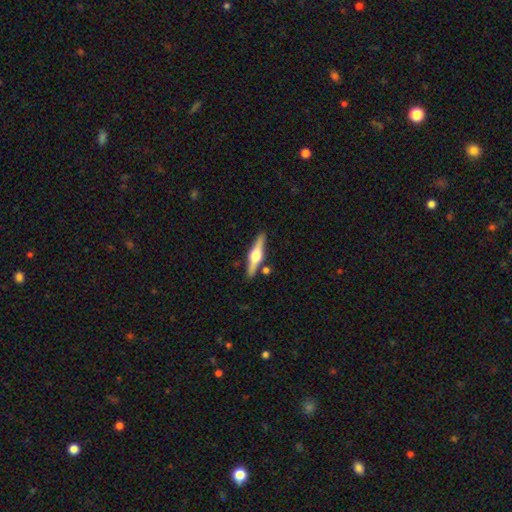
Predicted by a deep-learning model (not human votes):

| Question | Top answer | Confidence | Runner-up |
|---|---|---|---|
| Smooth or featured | featured or disk | 72% | smooth (23%) |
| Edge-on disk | yes | 97% | no (3%) |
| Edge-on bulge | rounded | 95% | boxy (3%) |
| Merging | none | 85% | minor disturbance (8%) |